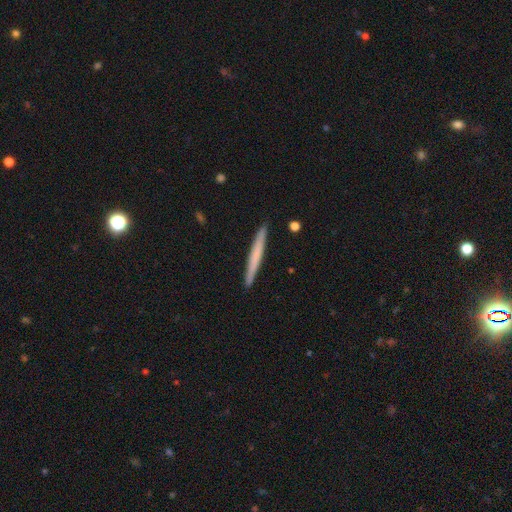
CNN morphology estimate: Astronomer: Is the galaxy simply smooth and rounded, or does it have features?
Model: smooth — 59% (runner-up: featured or disk, 36%).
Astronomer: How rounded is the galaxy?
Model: cigar-shaped — 97%.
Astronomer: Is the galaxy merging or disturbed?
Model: none — 92%.